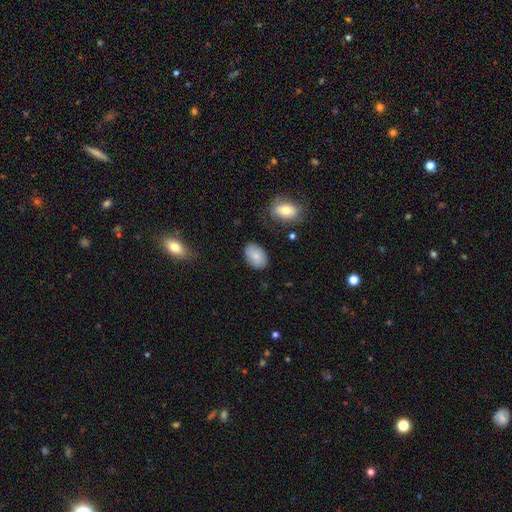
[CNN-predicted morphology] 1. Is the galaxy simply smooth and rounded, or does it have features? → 82% smooth, 11% featured or disk, 7% star or artifact.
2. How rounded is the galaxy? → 90% in between, 9% round, 1% cigar-shaped.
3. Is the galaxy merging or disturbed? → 79% none, 15% minor disturbance, 3% major disturbance, 2% merger.